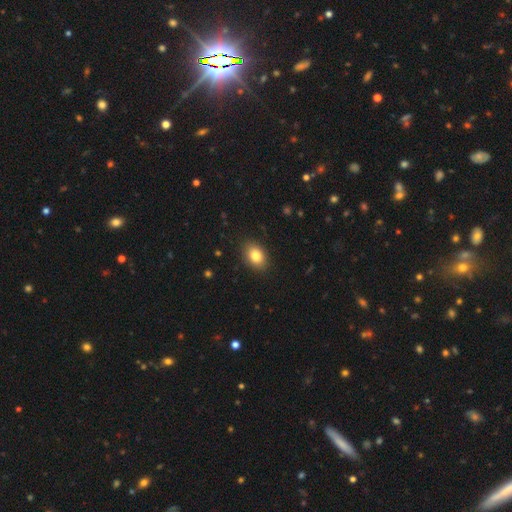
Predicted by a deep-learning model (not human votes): smooth_or_featured: smooth (p=0.82) [alt: featured or disk p=0.09]
how_rounded: in between (p=0.81) [alt: round p=0.18]
merging: none (p=0.88) [alt: minor disturbance p=0.08]